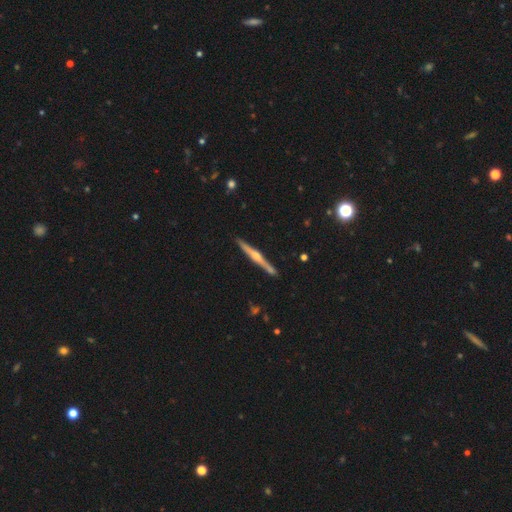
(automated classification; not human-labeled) featured or disk 79%, smooth 16%, star or artifact 5%. Down the decision tree: edge-on disk — yes (98%); edge-on bulge — rounded (91%); merging — none (90%).